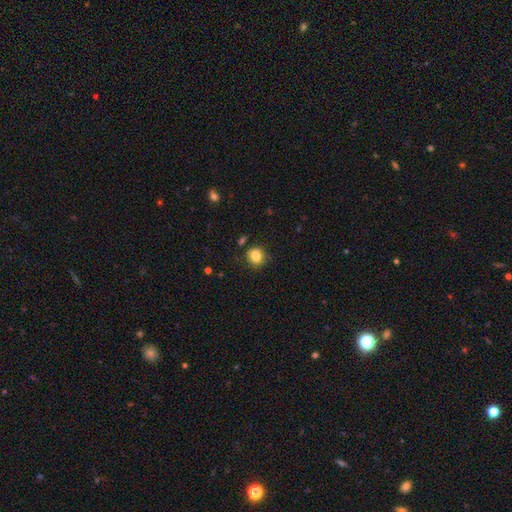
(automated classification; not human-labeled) Overall: smooth (84%). How rounded: round (69%; in between 30%). Merging: none (76%).